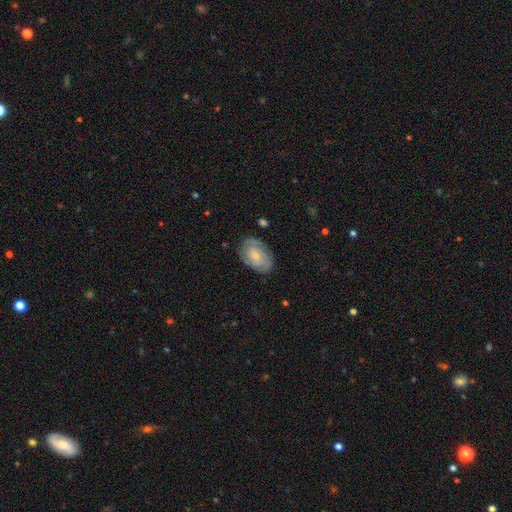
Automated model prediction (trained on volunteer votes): Smooth or featured: featured or disk — 63% (smooth — 31%)
Edge-on disk: no — 96% (yes — 4%)
Bar: no — 72% (weak — 24%)
Spiral arms: yes — 83% (no — 17%)
Spiral winding: tight — 62% (medium — 29%)
Spiral arm count: 2 — 37% (tied with can't tell — 37%)
Bulge size: small — 62% (moderate — 31%)
Merging: none — 76% (minor disturbance — 18%)